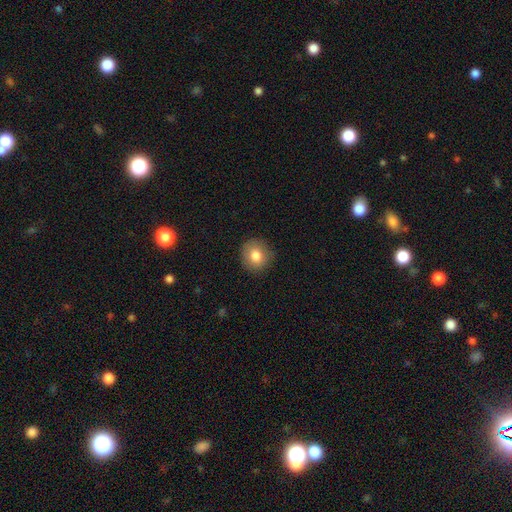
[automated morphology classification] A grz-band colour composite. It shows a smooth galaxy with no disk features (81%) that is round (89%). Merging: none (88%).